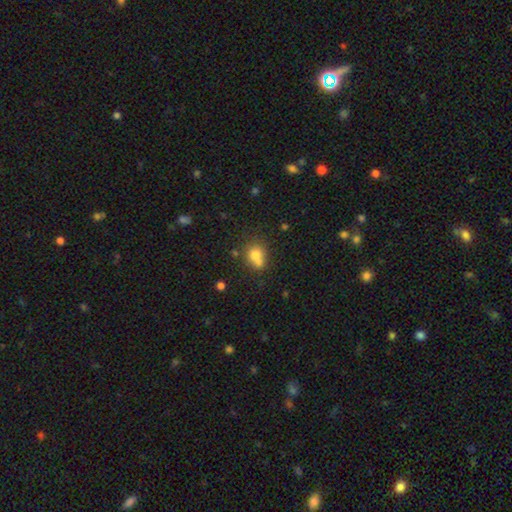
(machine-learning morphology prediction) Smooth or featured: smooth — 73% (featured or disk — 14%)
How rounded: round — 68% (in between — 31%)
Merging: merger — 42% (none — 39%)